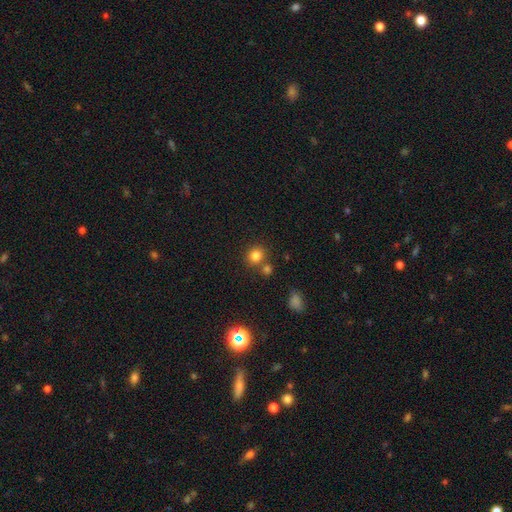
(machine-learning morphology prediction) smooth-or-featured: smooth: 81% | star or artifact: 13% | featured or disk: 6%
  how-rounded: round: 86% | in between: 13% | cigar-shaped: 1%
  merging: none: 69% | merger: 19% | minor disturbance: 9% | major disturbance: 3%